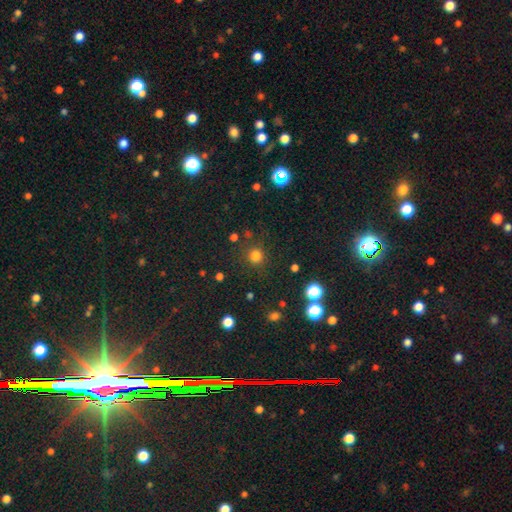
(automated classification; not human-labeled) Smooth or featured?
  - smooth: 78% *
  - star or artifact: 17%
  - featured or disk: 4%
How rounded?
  - round: 93% *
  - in between: 6%
  - cigar-shaped: 1%
Merging?
  - none: 85% *
  - minor disturbance: 8%
  - major disturbance: 4%
  - merger: 3%